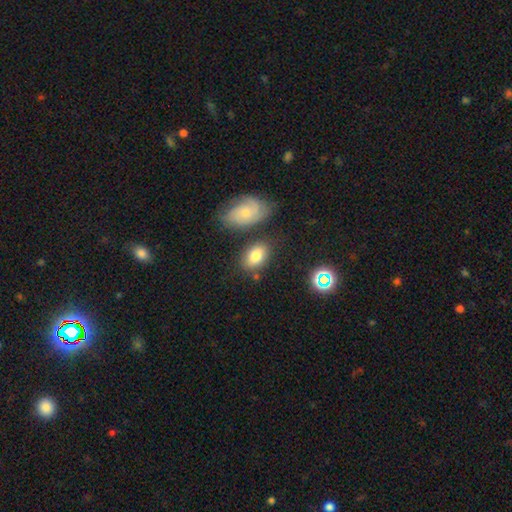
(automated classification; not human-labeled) Overall: smooth (77%). How rounded: in between (86%). Merging: none (71%).